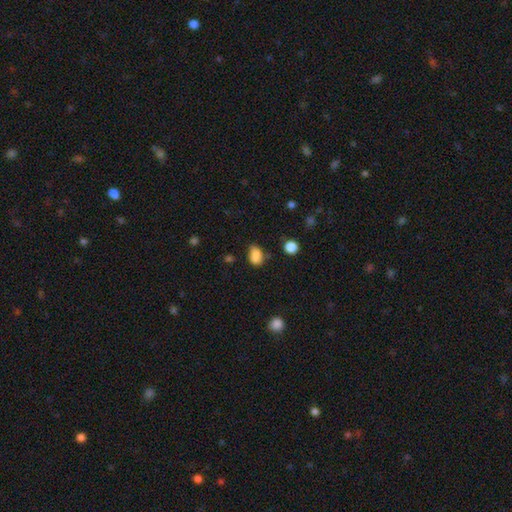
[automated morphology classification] The model was most divided on "merging": none: 51%, minor disturbance: 26%, merger: 16%, major disturbance: 8%. More confident: smooth or featured — smooth (81%); how rounded — in between (74%).